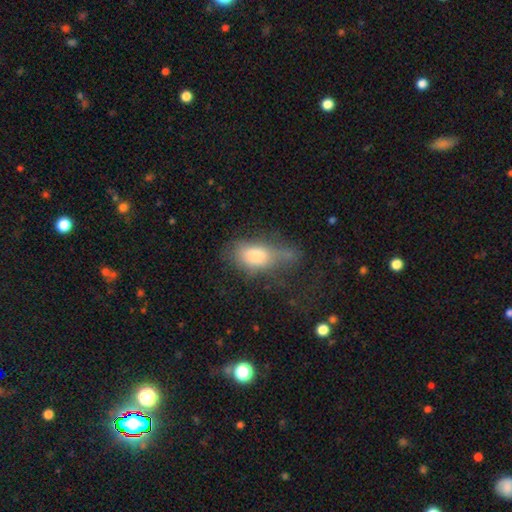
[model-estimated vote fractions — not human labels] Overall: smooth (72%). How rounded: in between (87%). Merging: major disturbance (43%; minor disturbance 26%).